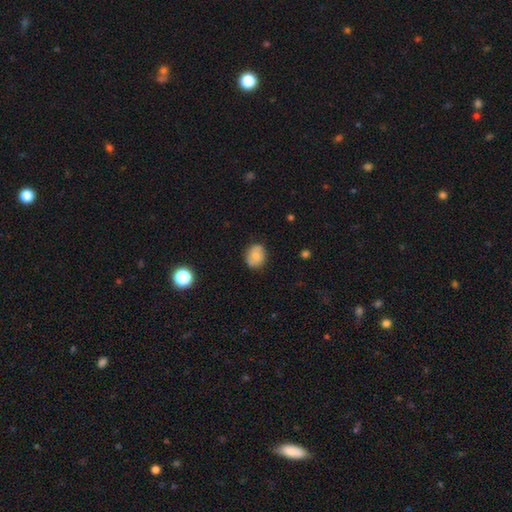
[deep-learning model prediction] A smooth galaxy with no disk features (78%) that is round (57%). Merging: none (81%).